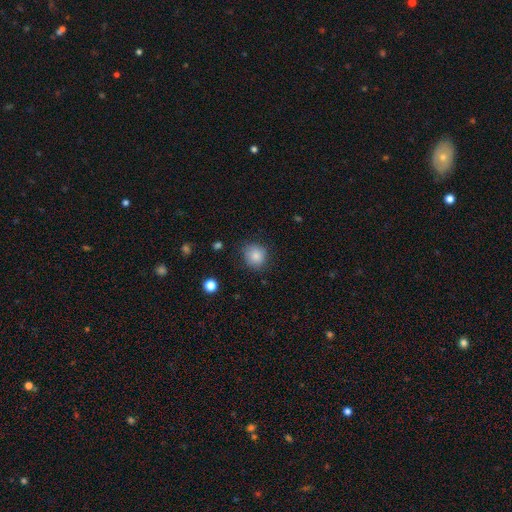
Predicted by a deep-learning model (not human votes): A smooth galaxy with no disk features (84%) that is round (86%). Merging: none (82%).